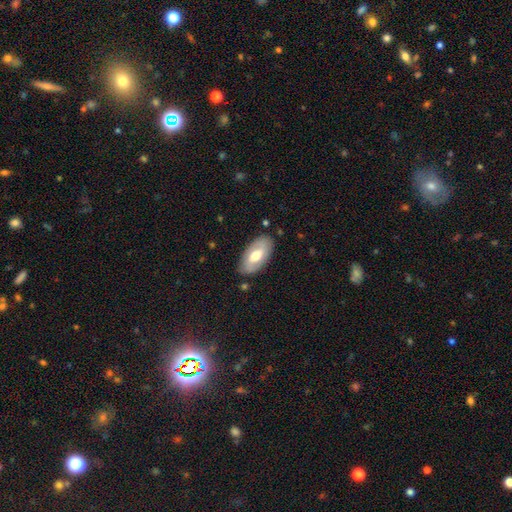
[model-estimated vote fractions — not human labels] Morphology: type=smooth (50%); roundness=in between (93%); merging=none (83%).